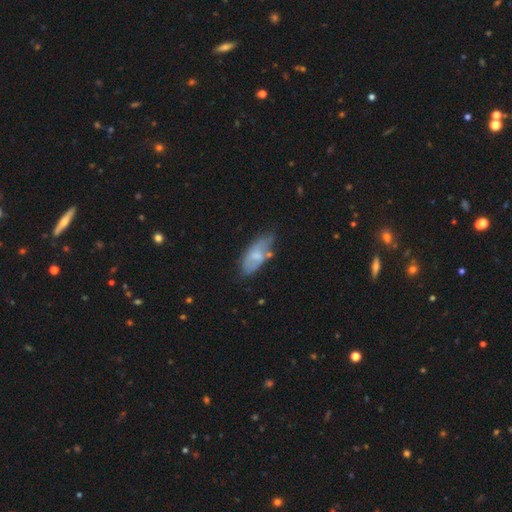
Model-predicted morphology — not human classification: This is possibly a smooth galaxy (58%). How rounded: clearly in between (85%). Merging: possibly none (46%).